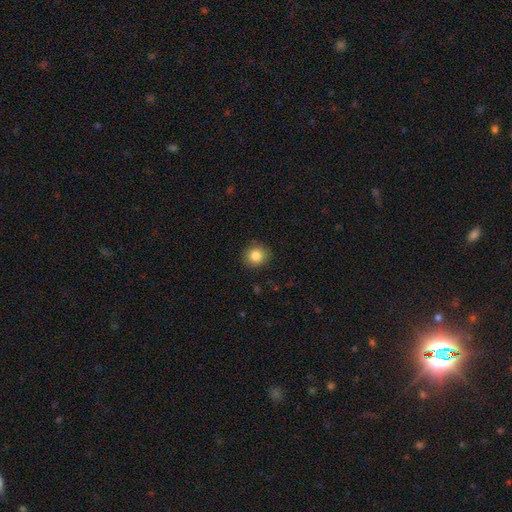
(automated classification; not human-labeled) smooth 84%, star or artifact 10%, featured or disk 5%. Down the decision tree: how rounded — round (90%); merging — none (89%).